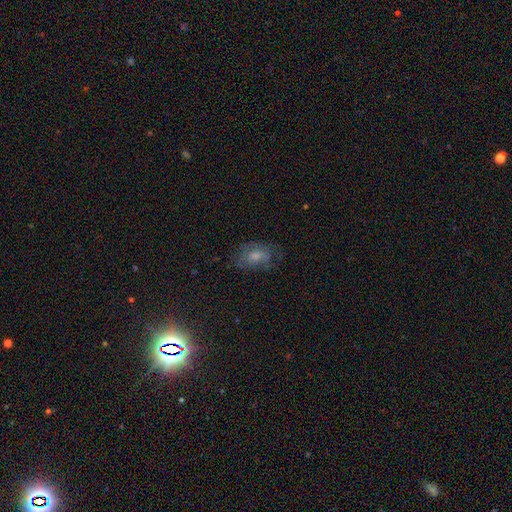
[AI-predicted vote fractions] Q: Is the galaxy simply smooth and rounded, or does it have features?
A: smooth — 35%, tied with featured or disk.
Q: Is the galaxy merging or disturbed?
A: none — 70%.